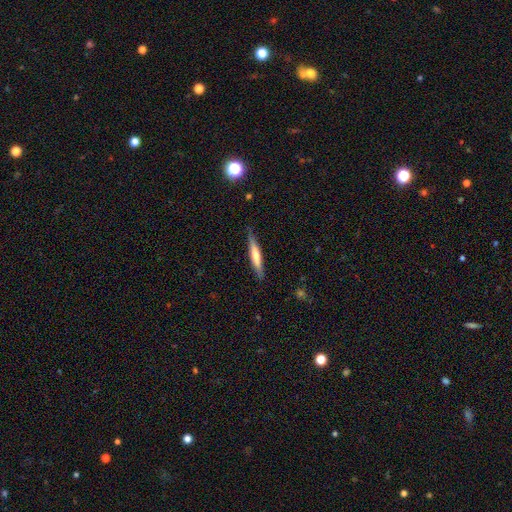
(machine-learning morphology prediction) Q: Smooth or featured?
A: smooth (54%); runner-up: featured or disk (40%)
Q: How rounded?
A: cigar-shaped (92%); runner-up: in between (6%)
Q: Merging?
A: none (84%); runner-up: minor disturbance (12%)